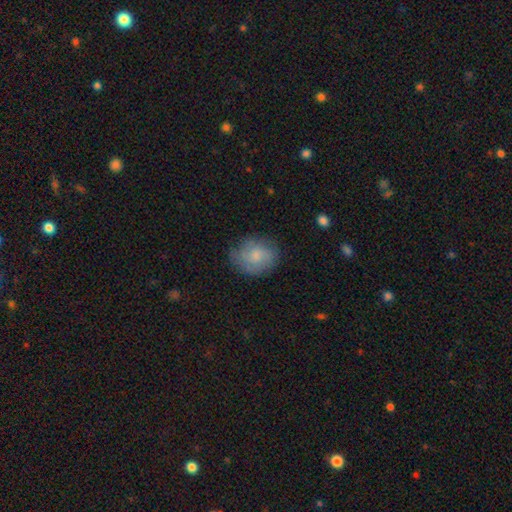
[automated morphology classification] A smooth galaxy with no disk features (65%) that is round (58%).

Vote fractions:
- Smooth or featured? smooth: 65% / featured or disk: 28% / star or artifact: 7%
- How rounded? round: 58% / in between: 41% / cigar-shaped: 1%
- Merging? none: 71% / minor disturbance: 21% / major disturbance: 7% / merger: 1%